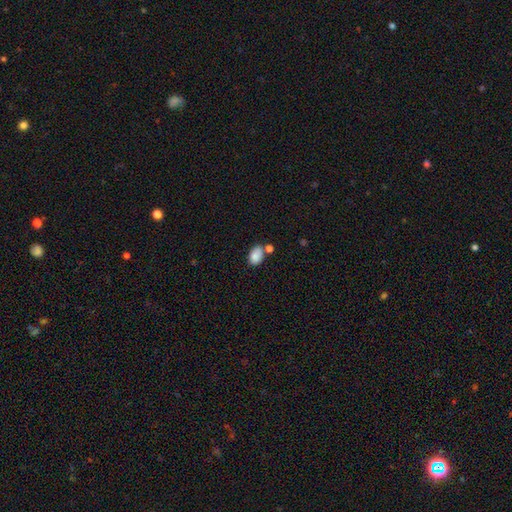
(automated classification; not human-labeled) This is clearly a smooth galaxy (86%). How rounded: clearly in between (86%). Merging: possibly none (59%).